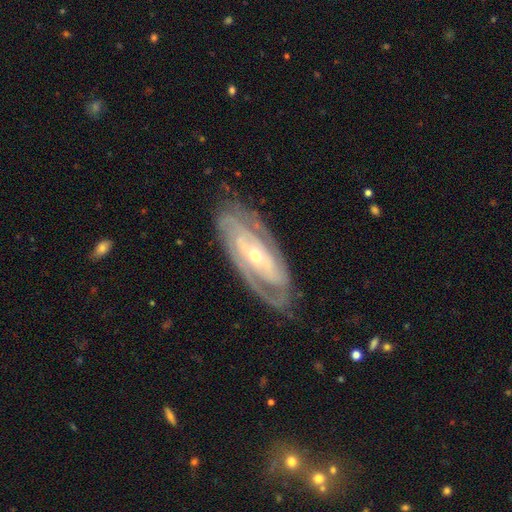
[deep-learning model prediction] This is clearly a featured or disk galaxy (89%). It is clearly not viewed edge-on (91%). Bar: possibly no (52%). Spiral arm pattern: clearly yes (95%). Spiral arm count: possibly 2 (58%). Spiral winding: likely tight (64%). Central bulge: possibly small (54%). Merging: likely none (79%).